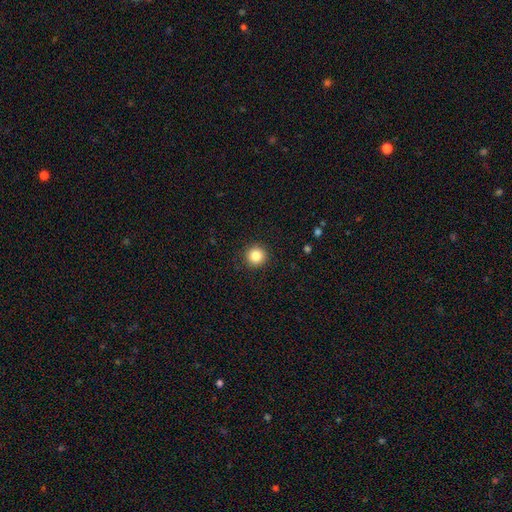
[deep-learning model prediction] Smooth or featured: smooth — 85% (star or artifact — 11%)
How rounded: round — 95% (in between — 4%)
Merging: none — 92% (minor disturbance — 5%)